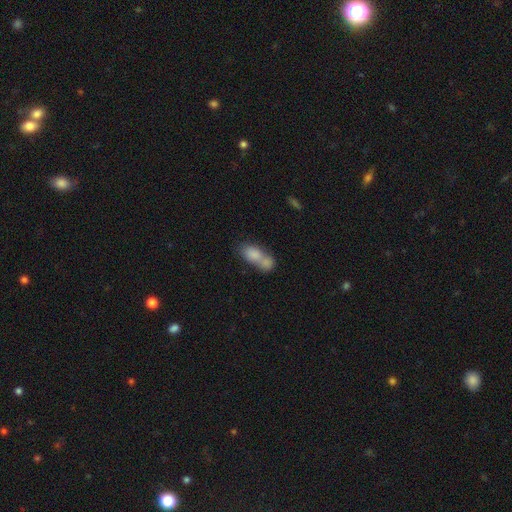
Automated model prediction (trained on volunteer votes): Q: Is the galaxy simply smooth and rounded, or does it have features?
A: smooth — 77%.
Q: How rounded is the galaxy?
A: in between — 79%.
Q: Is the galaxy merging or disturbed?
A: merger — 64%.